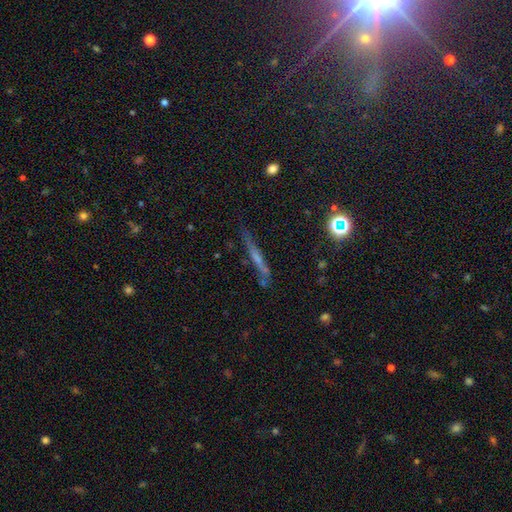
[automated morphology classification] smooth-or-featured: featured or disk: 51% | smooth: 27% | star or artifact: 22%
  disk-edge-on: yes: 91% | no: 9%
  merging: none: 80% | minor disturbance: 13% | major disturbance: 4% | merger: 3%